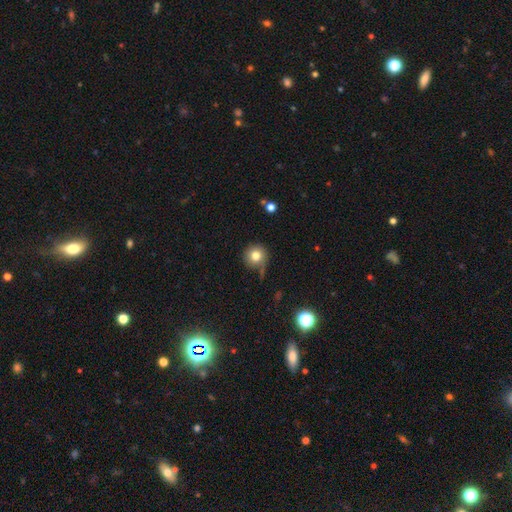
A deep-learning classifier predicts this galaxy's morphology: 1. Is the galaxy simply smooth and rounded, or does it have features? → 80% smooth, 11% star or artifact, 9% featured or disk.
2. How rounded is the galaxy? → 94% round, 5% in between, 1% cigar-shaped.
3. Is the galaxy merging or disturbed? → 72% none, 17% minor disturbance, 7% major disturbance, 5% merger.